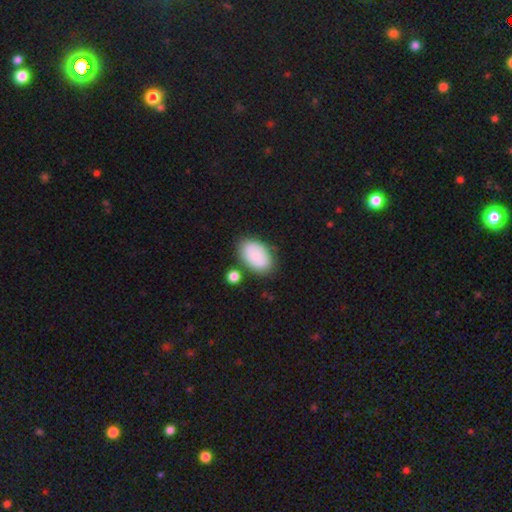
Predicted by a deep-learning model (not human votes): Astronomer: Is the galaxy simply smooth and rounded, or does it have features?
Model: smooth — 78%.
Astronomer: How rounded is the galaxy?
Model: in between — 91%.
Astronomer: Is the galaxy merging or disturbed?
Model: none — 72%.